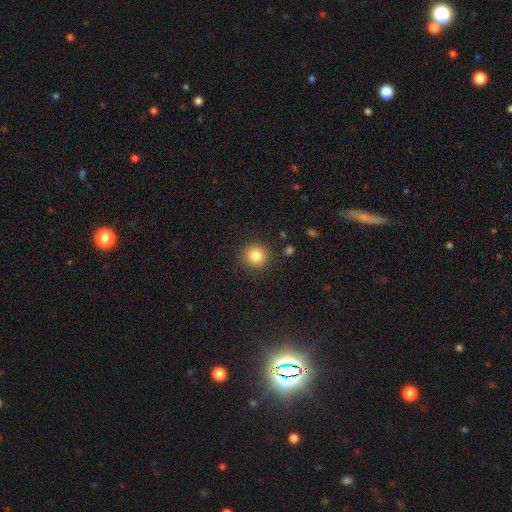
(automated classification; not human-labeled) Smooth or featured? smooth (83%)
How rounded? round (93%)
Merging? none (90%)